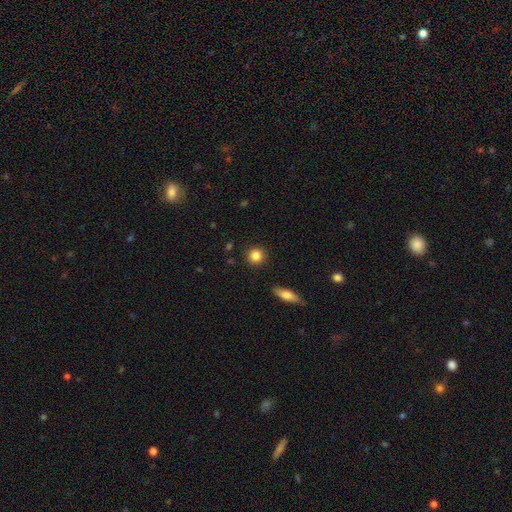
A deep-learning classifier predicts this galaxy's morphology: The model was most divided on "smooth or featured": smooth: 85%, star or artifact: 9%, featured or disk: 6%. More confident: how rounded — round (92%); merging — none (91%).